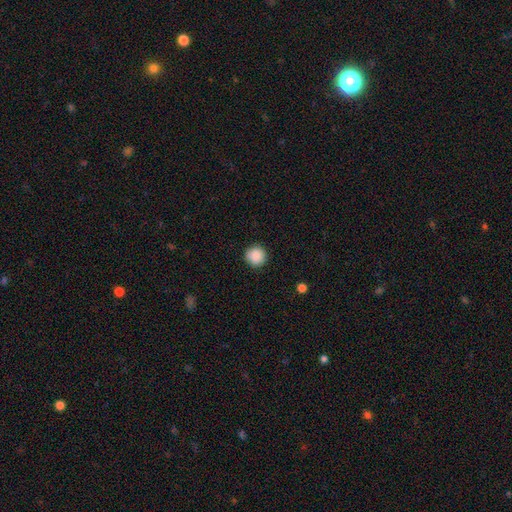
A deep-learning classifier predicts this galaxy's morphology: Smooth or featured? smooth (89%)
How rounded? round (96%)
Merging? none (91%)